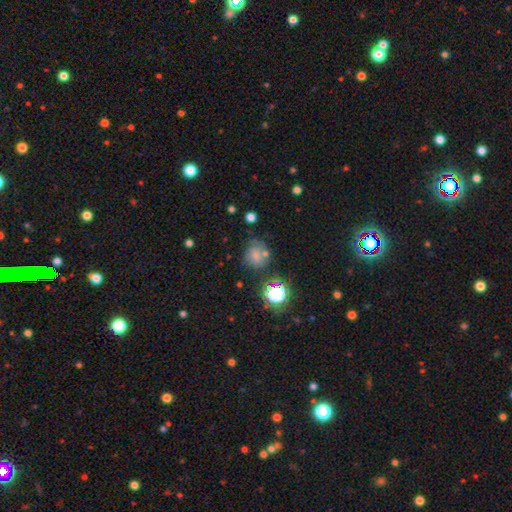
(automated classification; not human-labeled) Smooth or featured?
  - smooth: 66% *
  - star or artifact: 21%
  - featured or disk: 13%
How rounded?
  - round: 77% *
  - in between: 22%
  - cigar-shaped: 1%
Merging?
  - none: 59% *
  - minor disturbance: 19%
  - merger: 14%
  - major disturbance: 8%